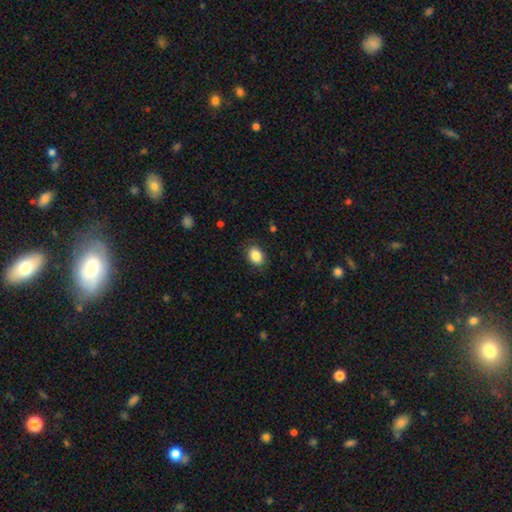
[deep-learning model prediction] This is clearly a smooth galaxy (87%). How rounded: likely in between (73%). Merging: clearly none (85%).